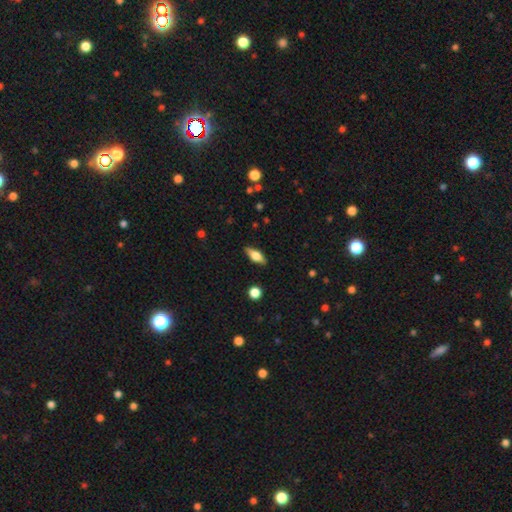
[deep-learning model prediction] Smooth or featured: smooth — 53% (featured or disk — 40%)
How rounded: in between — 67% (cigar-shaped — 29%)
Merging: none — 87% (minor disturbance — 10%)